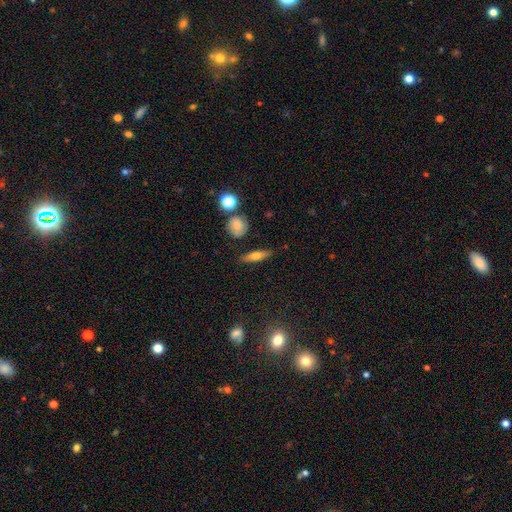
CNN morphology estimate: Q: Smooth or featured?
A: smooth (59%); runner-up: featured or disk (33%)
Q: How rounded?
A: cigar-shaped (63%); runner-up: in between (30%)
Q: Merging?
A: none (84%); runner-up: minor disturbance (11%)